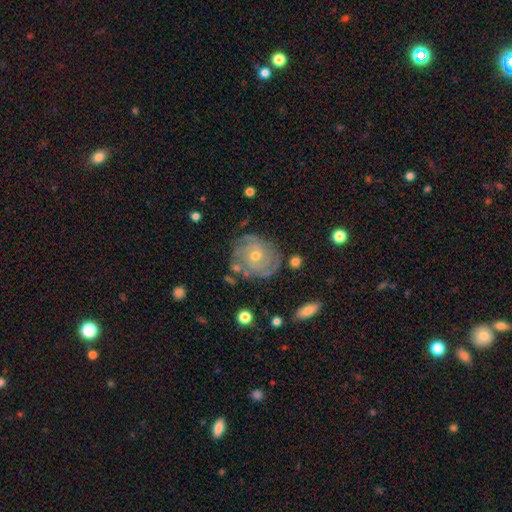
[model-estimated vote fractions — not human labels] A featured or disk galaxy (82%) with no bar (78%), tight (74%) spiral arms (93%) and a moderate central bulge (52%). Merging: none (74%).